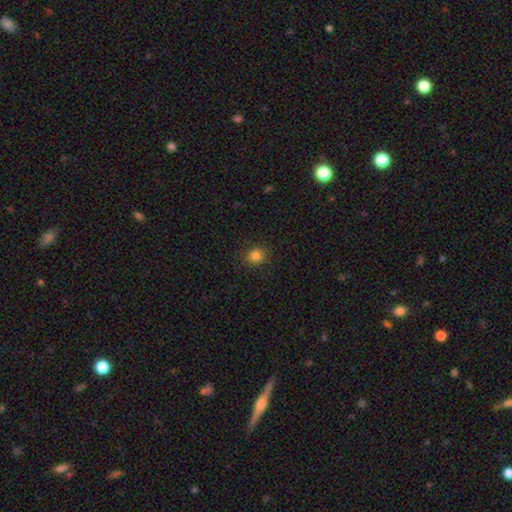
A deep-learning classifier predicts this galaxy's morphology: The model was most divided on "how rounded": round: 84%, in between: 15%, cigar-shaped: 1%. More confident: merging — none (89%); smooth or featured — smooth (82%).